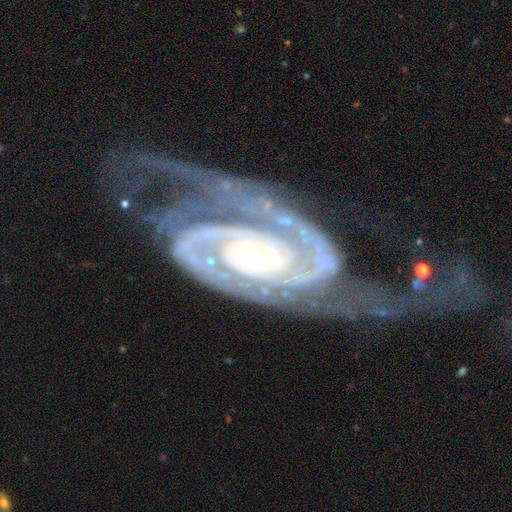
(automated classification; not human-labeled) This is clearly a featured or disk galaxy (93%). It is clearly not viewed edge-on (97%). Bar: likely no (69%). Spiral arm pattern: clearly yes (98%). Spiral arm count: clearly 2 (82%). Spiral winding: possibly tight (59%). Central bulge: likely small (78%). Merging: possibly none (50%).